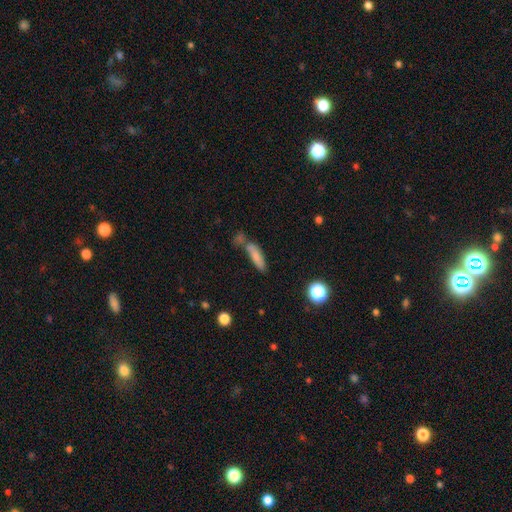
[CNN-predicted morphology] A smooth galaxy with no disk features (77%) that is cigar-shaped (67%). Merging: none (47%).